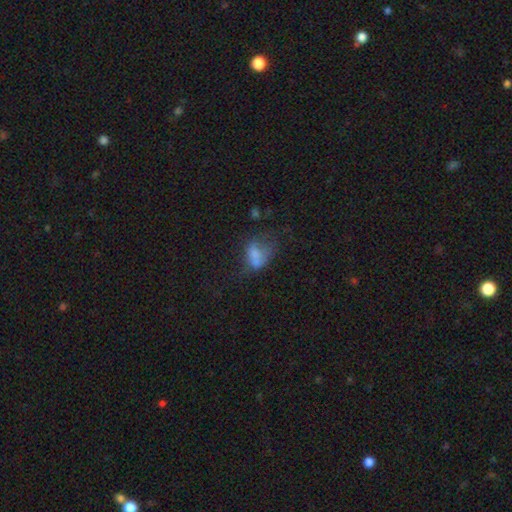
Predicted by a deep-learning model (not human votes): This is possibly a smooth galaxy (60%). How rounded: likely in between (79%). Merging: marginally major disturbance (39%).